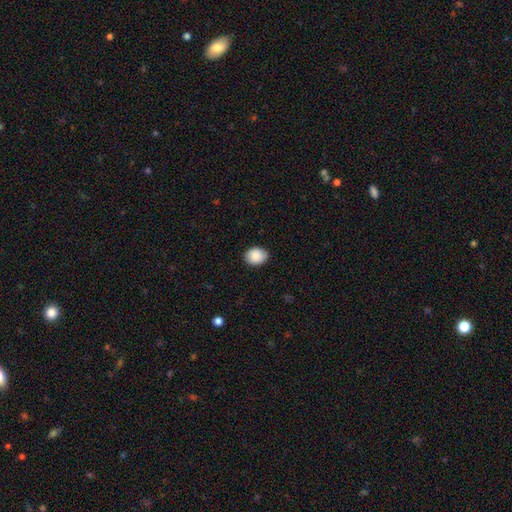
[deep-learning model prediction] The model was most divided on "how rounded": in between: 52%, round: 47%, cigar-shaped: 1%. More confident: smooth or featured — smooth (89%); merging — none (85%).